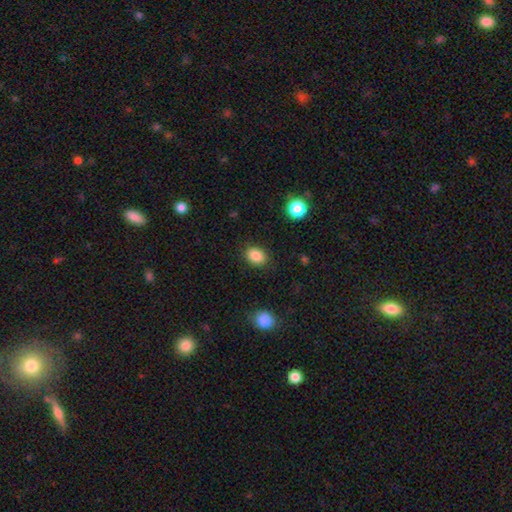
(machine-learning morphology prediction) The model was most divided on "how rounded": in between: 69%, round: 30%, cigar-shaped: 1%. More confident: smooth or featured — smooth (87%); merging — none (86%).